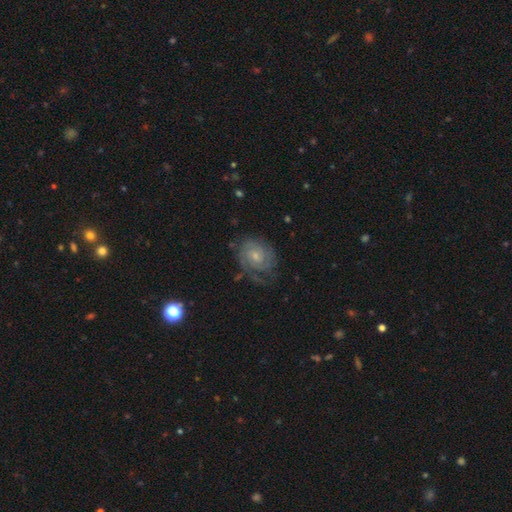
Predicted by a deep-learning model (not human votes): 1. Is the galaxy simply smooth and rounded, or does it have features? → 78% featured or disk, 15% smooth, 7% star or artifact.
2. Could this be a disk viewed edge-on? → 97% no, 3% yes.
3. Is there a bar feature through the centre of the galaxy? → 67% no, 29% weak, 4% strong.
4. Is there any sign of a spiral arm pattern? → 93% yes, 7% no.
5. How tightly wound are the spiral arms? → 66% tight, 26% medium, 7% loose.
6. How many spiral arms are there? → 40% 2, 33% can't tell, 13% 3, 6% 1, 5% 4, 4% more than 4.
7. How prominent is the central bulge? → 62% small, 32% moderate, 3% none, 2% large, 1% dominant.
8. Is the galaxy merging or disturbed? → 62% none, 22% minor disturbance, 14% major disturbance, 2% merger.